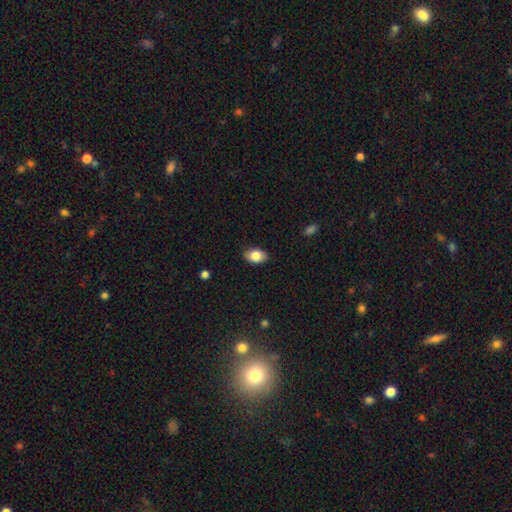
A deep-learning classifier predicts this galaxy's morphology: Smooth or featured? Predicted: smooth (p=0.83). How rounded? Predicted: in between (p=0.85). Merging? Predicted: none (p=0.85).